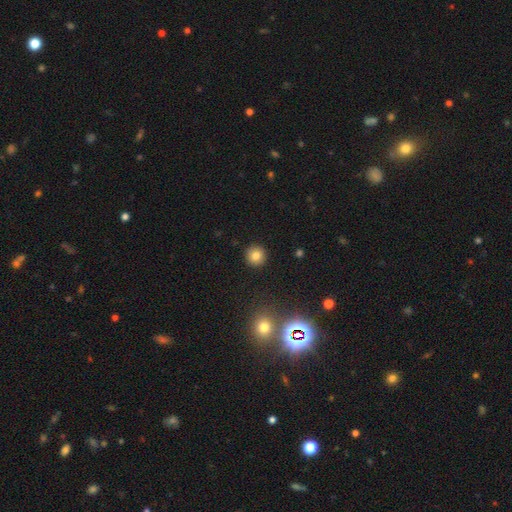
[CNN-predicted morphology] smooth-or-featured: smooth: 80% | star or artifact: 12% | featured or disk: 7%
  how-rounded: round: 95% | in between: 4% | cigar-shaped: 1%
  merging: none: 92% | minor disturbance: 5% | major disturbance: 2% | merger: 1%